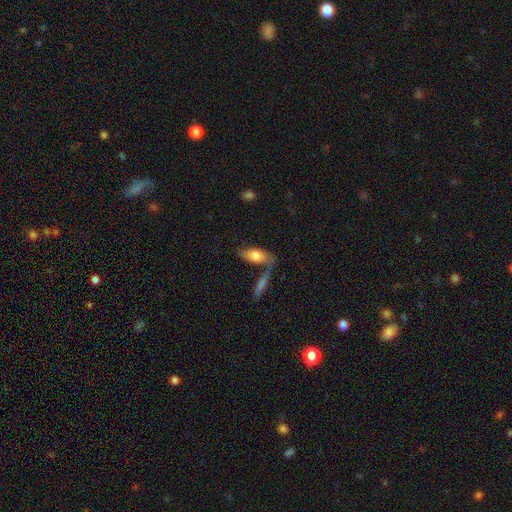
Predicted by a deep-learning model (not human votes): smooth 65%, featured or disk 28%, star or artifact 7%. Down the decision tree: how rounded — in between (77%); merging — none (40%).